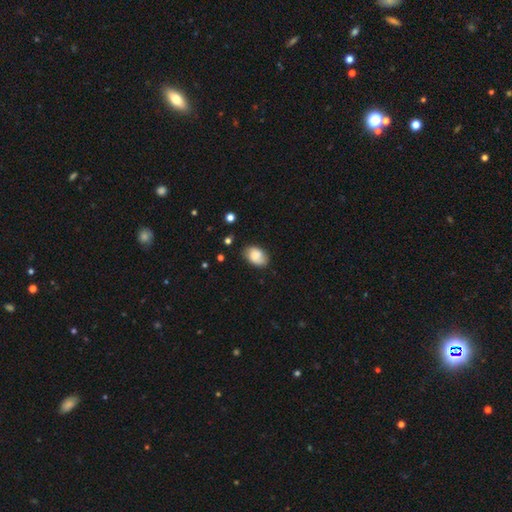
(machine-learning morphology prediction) Smooth or featured? smooth (78%)
How rounded? in between (85%)
Merging? none (72%)